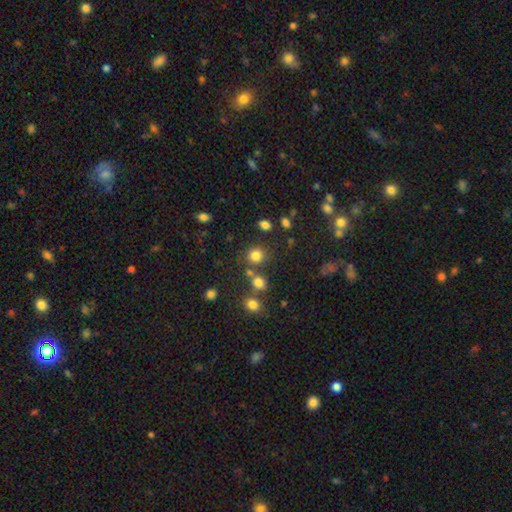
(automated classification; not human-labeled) smooth-or-featured: smooth: 79% | star or artifact: 15% | featured or disk: 6%
  how-rounded: round: 84% | in between: 15% | cigar-shaped: 1%
  merging: none: 74% | merger: 12% | minor disturbance: 10% | major disturbance: 5%